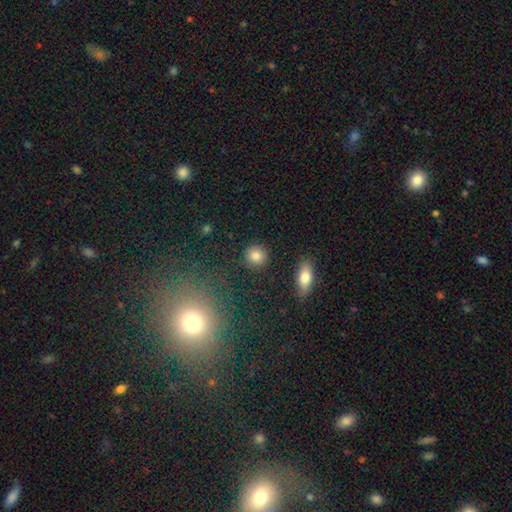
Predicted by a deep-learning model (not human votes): A smooth galaxy with no disk features (85%) that is round (90%).

Vote fractions:
- Smooth or featured? smooth: 85% / star or artifact: 9% / featured or disk: 6%
- How rounded? round: 90% / in between: 9% / cigar-shaped: 1%
- Merging? none: 90% / minor disturbance: 6% / major disturbance: 2% / merger: 2%